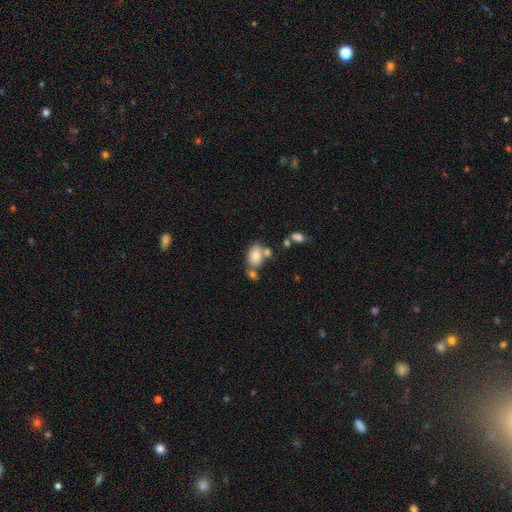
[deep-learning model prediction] The model was most divided on "merging": none: 50%, merger: 29%, minor disturbance: 15%, major disturbance: 6%. More confident: how rounded — in between (84%); smooth or featured — smooth (81%).